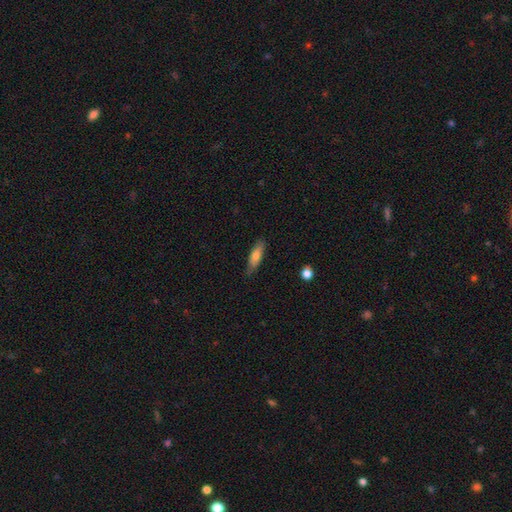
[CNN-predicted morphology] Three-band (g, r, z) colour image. It shows a smooth galaxy with no disk features (73%) that is cigar-shaped (55%). Merging: none (78%).